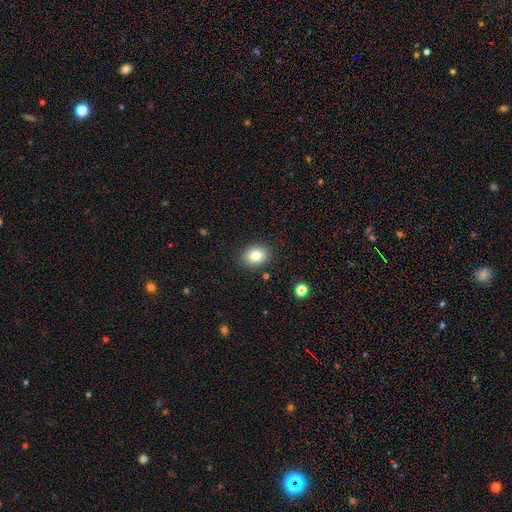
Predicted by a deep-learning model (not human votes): smooth_or_featured: smooth (p=0.83) [alt: star or artifact p=0.10]
how_rounded: round (p=0.52) [alt: in between p=0.47]
merging: none (p=0.88) [alt: minor disturbance p=0.08]